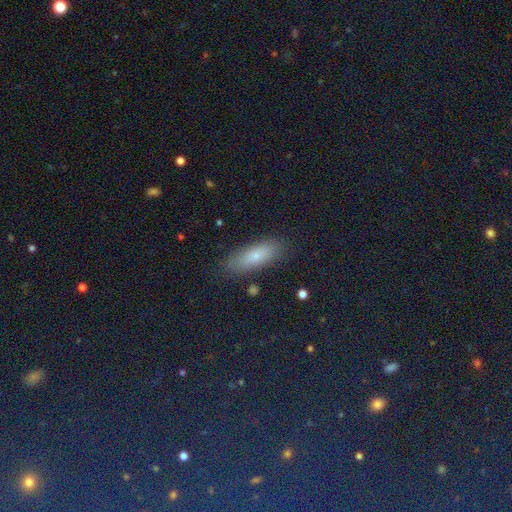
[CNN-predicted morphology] This is likely a smooth galaxy (71%). How rounded: likely in between (64%). Merging: clearly none (86%).